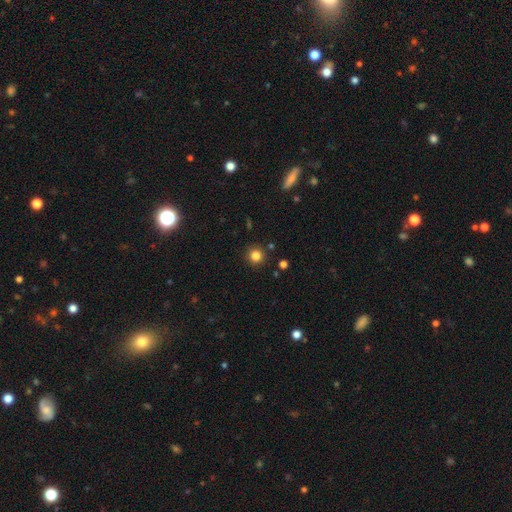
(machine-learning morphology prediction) A smooth galaxy with no disk features (82%) that is round (94%).

Vote fractions:
- Smooth or featured? smooth: 82% / star or artifact: 13% / featured or disk: 5%
- How rounded? round: 94% / in between: 5% / cigar-shaped: 1%
- Merging? none: 90% / minor disturbance: 6% / merger: 2% / major disturbance: 2%